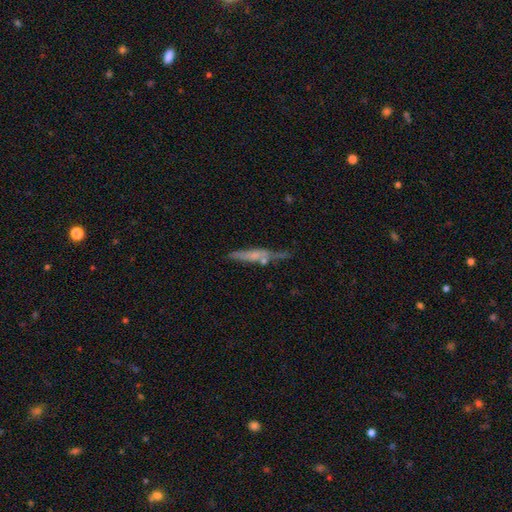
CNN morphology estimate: This is possibly a featured or disk galaxy (48%). Merging: likely none (63%).